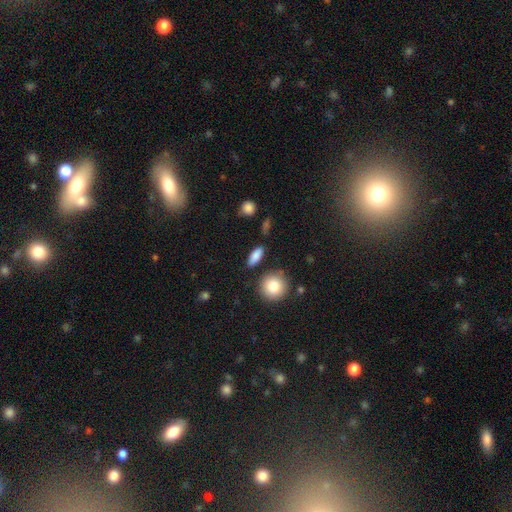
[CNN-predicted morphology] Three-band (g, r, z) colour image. It shows a smooth galaxy with no disk features (82%) that is in between round and cigar-shaped (65%). Merging: none (84%).